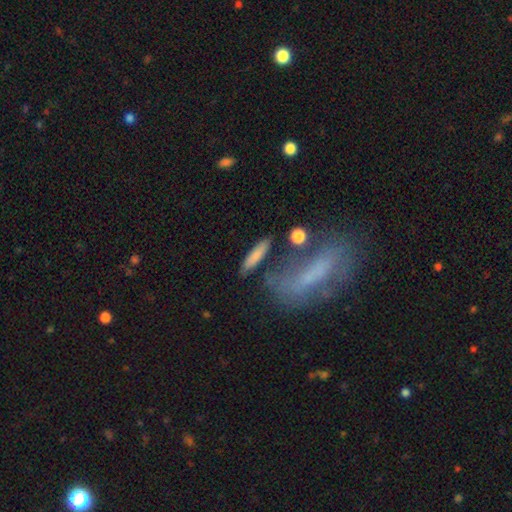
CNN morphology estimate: The model was most divided on "how rounded": cigar-shaped: 76%, in between: 21%, round: 3%. More confident: smooth or featured — smooth (79%); merging — none (75%).